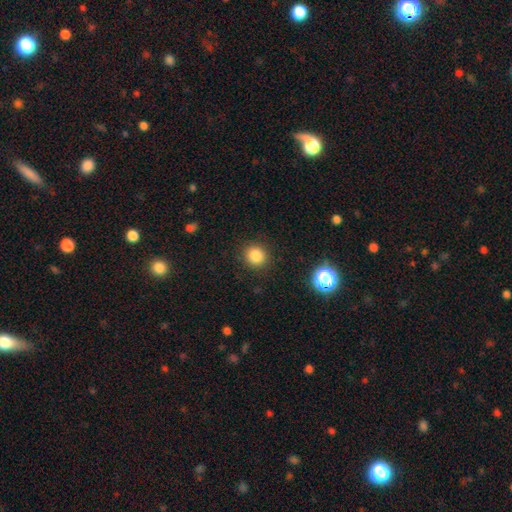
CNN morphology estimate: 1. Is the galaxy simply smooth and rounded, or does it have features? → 84% smooth, 12% star or artifact, 4% featured or disk.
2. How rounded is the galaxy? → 88% round, 11% in between, 1% cigar-shaped.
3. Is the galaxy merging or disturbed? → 90% none, 7% minor disturbance, 3% major disturbance, 1% merger.